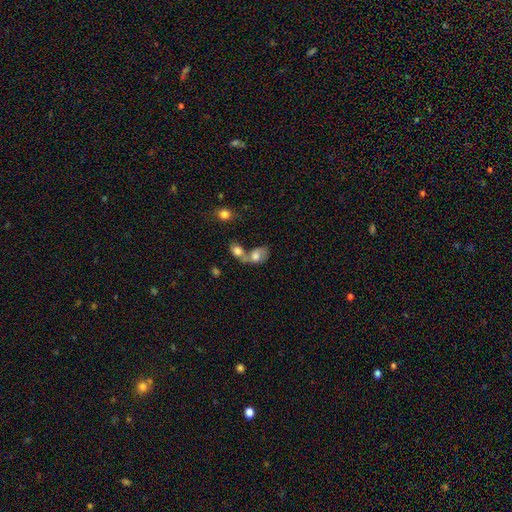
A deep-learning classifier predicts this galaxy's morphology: Smooth or featured?
  - smooth: 63% *
  - featured or disk: 27%
  - star or artifact: 10%
How rounded?
  - in between: 70% *
  - round: 28%
  - cigar-shaped: 2%
Merging?
  - merger: 65% *
  - none: 17%
  - minor disturbance: 9%
  - major disturbance: 9%